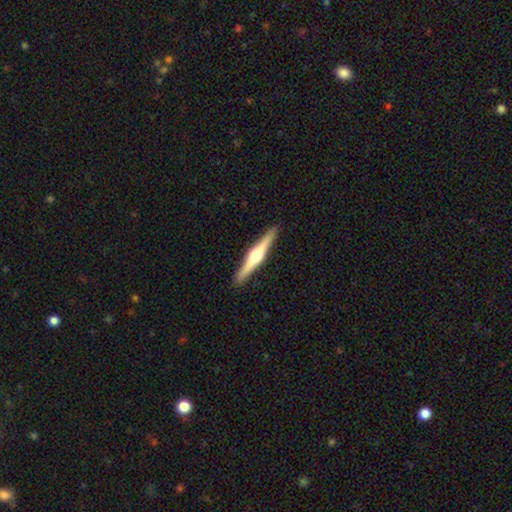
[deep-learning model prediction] Smooth or featured?
  - featured or disk: 72% *
  - smooth: 23%
  - star or artifact: 5%
Edge-on disk?
  - yes: 98% *
  - no: 2%
Edge-on bulge?
  - rounded: 93% *
  - boxy: 4%
  - none: 3%
Merging?
  - none: 91% *
  - minor disturbance: 6%
  - major disturbance: 1%
  - merger: 1%